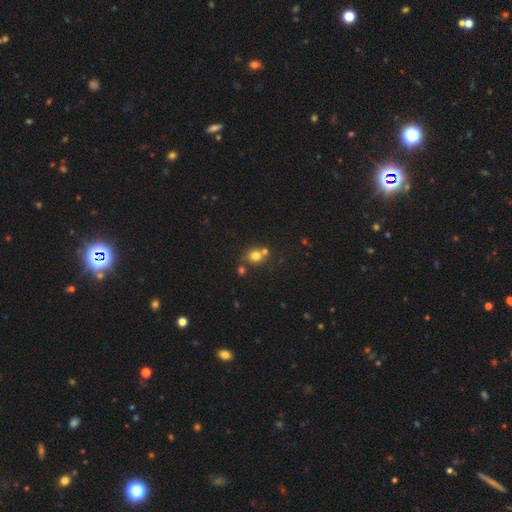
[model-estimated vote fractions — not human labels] Q: Smooth or featured?
A: smooth (74%); runner-up: star or artifact (15%)
Q: How rounded?
A: round (77%); runner-up: in between (22%)
Q: Merging?
A: none (55%); runner-up: merger (32%)